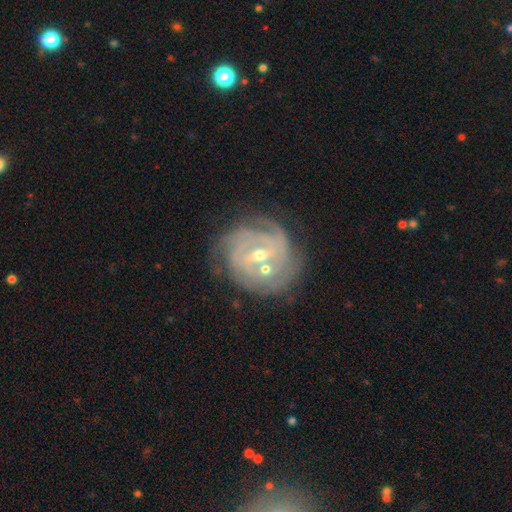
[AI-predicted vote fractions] smooth_or_featured: featured or disk (p=0.75) [alt: star or artifact p=0.14]
disk_edge_on: no (p=0.96) [alt: yes p=0.04]
bar: weak (p=0.42) [alt: no p=0.39]
has_spiral_arms: yes (p=0.89) [alt: no p=0.11]
spiral_winding: tight (p=0.71) [alt: medium p=0.22]
spiral_arm_count: can't tell (p=0.34) [alt: 2 p=0.20]
bulge_size: small (p=0.56) [alt: moderate p=0.39]
merging: none (p=0.78) [alt: minor disturbance p=0.13]